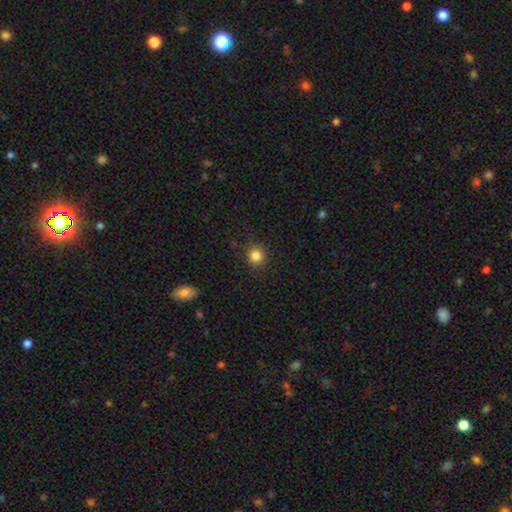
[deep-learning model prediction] Smooth or featured? Predicted: smooth (p=0.84). How rounded? Predicted: round (p=0.91). Merging? Predicted: none (p=0.88).